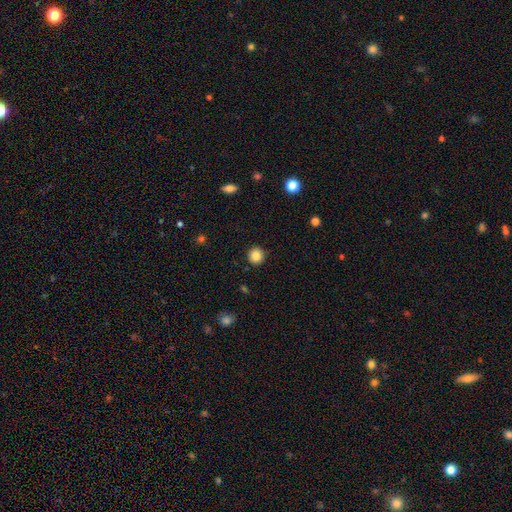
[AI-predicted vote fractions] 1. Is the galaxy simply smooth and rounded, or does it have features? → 85% smooth, 10% star or artifact, 5% featured or disk.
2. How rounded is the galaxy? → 93% round, 6% in between, 1% cigar-shaped.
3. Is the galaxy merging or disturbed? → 91% none, 6% minor disturbance, 2% major disturbance, 1% merger.